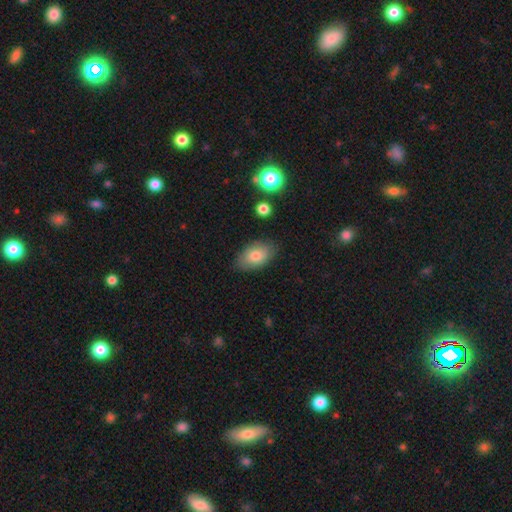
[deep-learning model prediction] The model was most divided on "smooth or featured": smooth: 78%, featured or disk: 14%, star or artifact: 8%. More confident: how rounded — in between (91%); merging — none (81%).